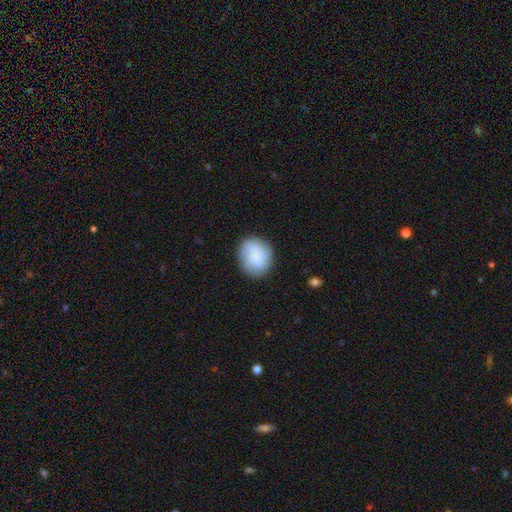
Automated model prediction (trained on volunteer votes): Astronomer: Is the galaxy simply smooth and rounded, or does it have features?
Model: smooth — 77%.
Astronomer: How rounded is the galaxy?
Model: round — 67%.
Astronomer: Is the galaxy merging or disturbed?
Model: none — 81%.